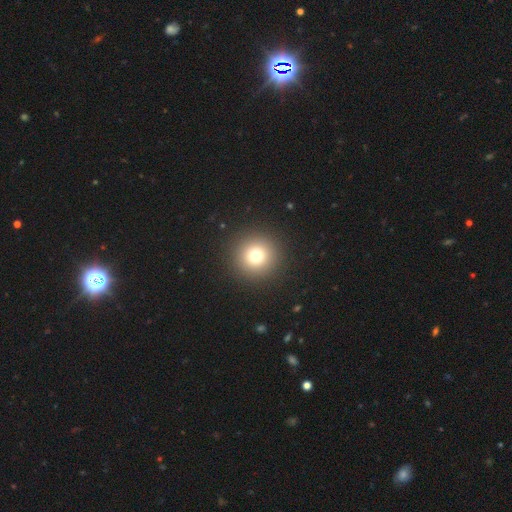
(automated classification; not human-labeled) This appears to be a smooth galaxy with no disk features (75%) that is round (96%). Merging: none (92%).